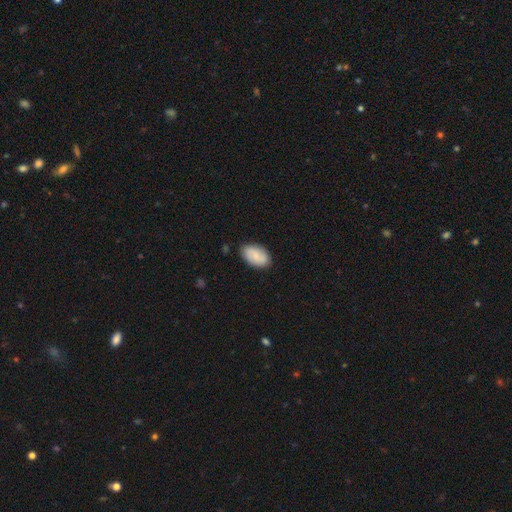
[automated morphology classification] Smooth or featured? Predicted: smooth (p=0.73). How rounded? Predicted: in between (p=0.92). Merging? Predicted: none (p=0.83).